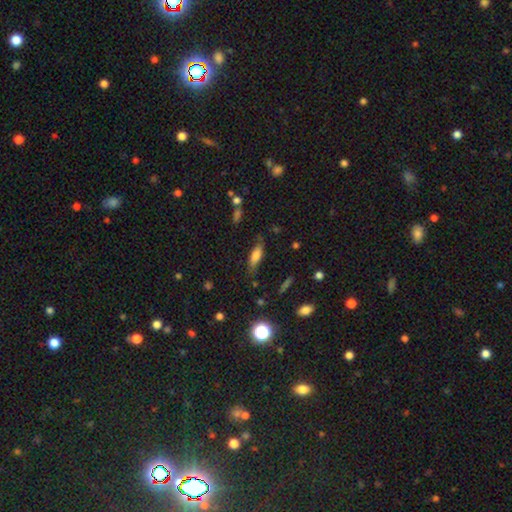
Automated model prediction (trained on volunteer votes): The model was most divided on "how rounded": in between: 60%, cigar-shaped: 38%, round: 3%. More confident: merging — none (69%); smooth or featured — smooth (69%).